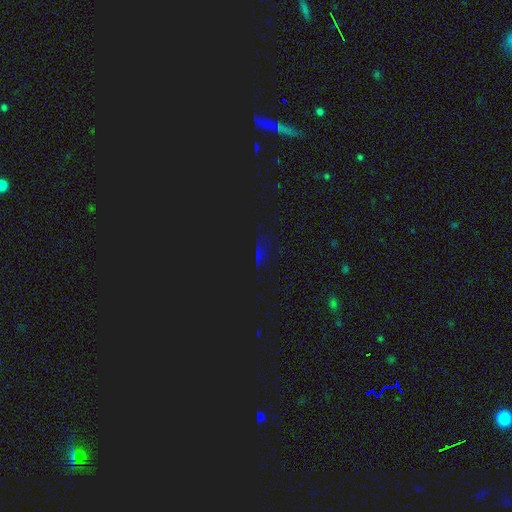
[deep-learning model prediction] Smooth or featured: star or artifact — 74% (smooth — 19%)